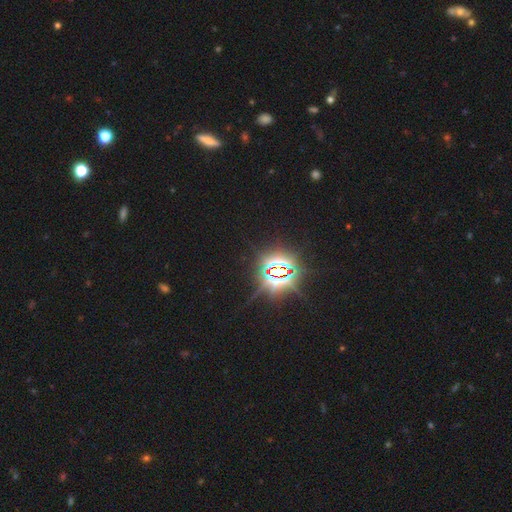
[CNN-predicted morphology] star or artifact 79%, smooth 15%, featured or disk 6%.